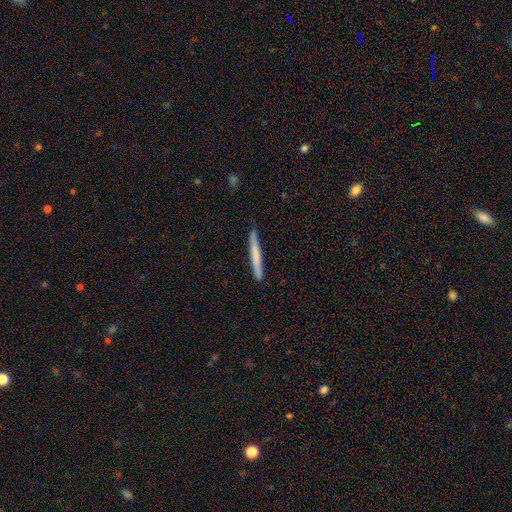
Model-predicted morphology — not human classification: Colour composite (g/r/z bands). It shows a smooth galaxy with no disk features (65%) that is cigar-shaped (97%). Merging: none (86%).